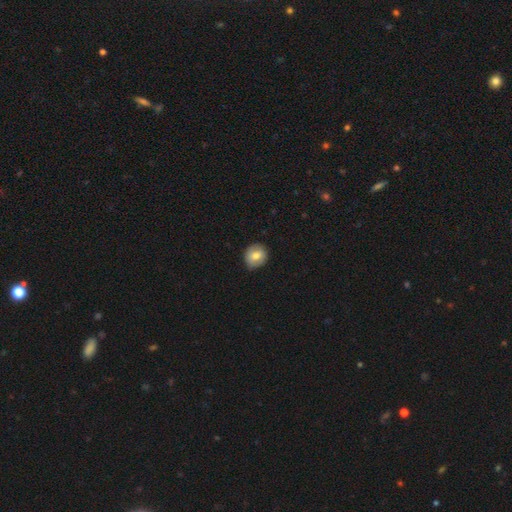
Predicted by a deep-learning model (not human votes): A smooth galaxy with no disk features (74%) that is round (80%). Merging: none (84%).